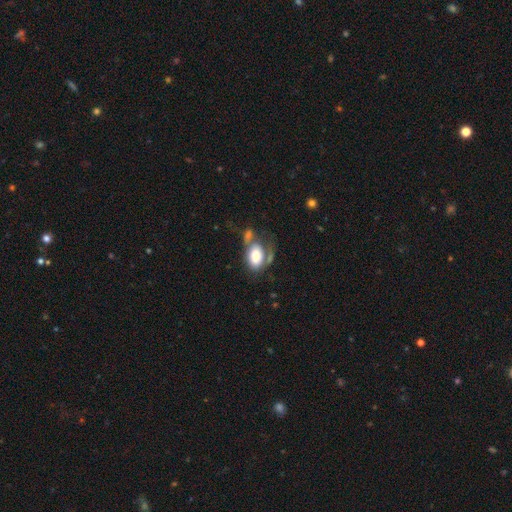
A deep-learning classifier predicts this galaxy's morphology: This appears to be a smooth galaxy with no disk features (70%) that is in between round and cigar-shaped (87%). Merging: none (31%).